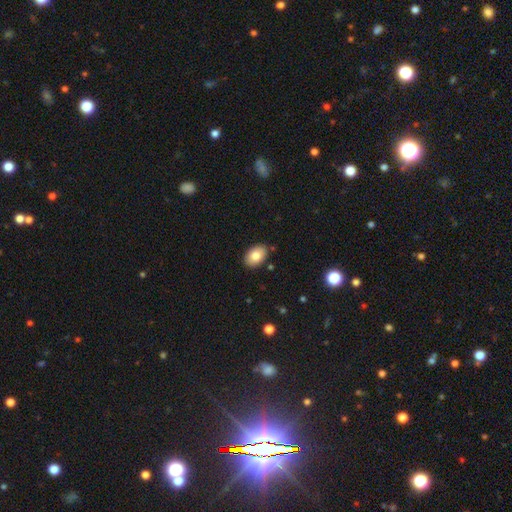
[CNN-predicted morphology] Smooth or featured? Predicted: smooth (p=0.81). How rounded? Predicted: in between (p=0.88). Merging? Predicted: none (p=0.87).